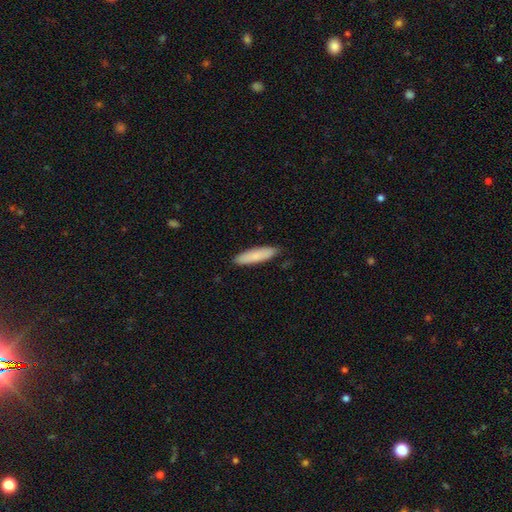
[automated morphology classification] A smooth galaxy with no disk features (83%) that is cigar-shaped (77%). Merging: none (87%).